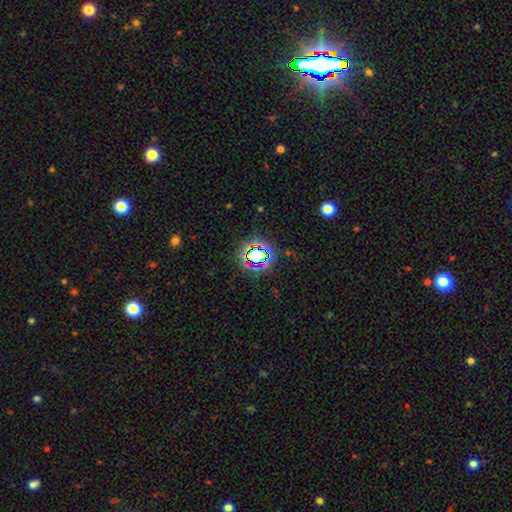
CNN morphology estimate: type=star or artifact (67%).